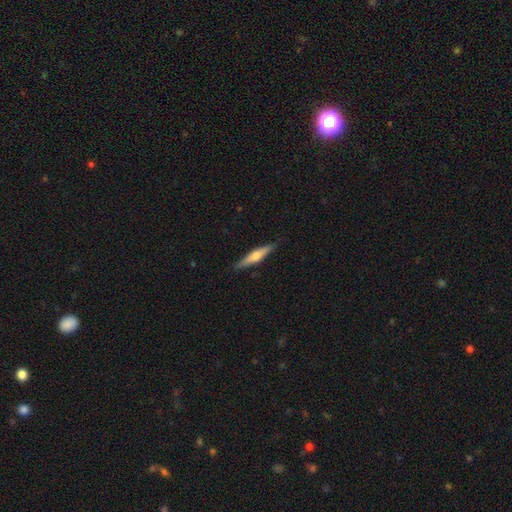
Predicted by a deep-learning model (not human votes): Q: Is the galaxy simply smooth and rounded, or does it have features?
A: featured or disk — 52%.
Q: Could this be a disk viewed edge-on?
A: yes — 95%.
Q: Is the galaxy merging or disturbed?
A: none — 89%.